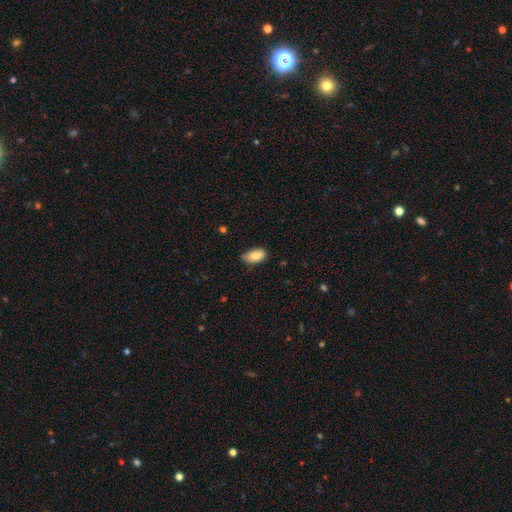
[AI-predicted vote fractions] smooth-or-featured: smooth: 85% | featured or disk: 8% | star or artifact: 7%
  how-rounded: in between: 93% | round: 4% | cigar-shaped: 3%
  merging: none: 67% | minor disturbance: 27% | major disturbance: 4% | merger: 1%